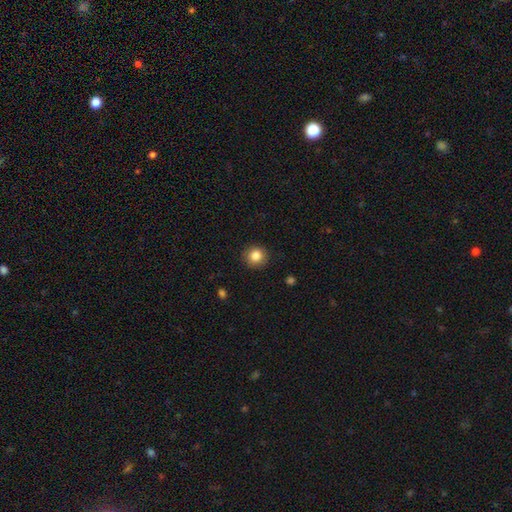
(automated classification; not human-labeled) The model was most divided on "smooth or featured": smooth: 85%, star or artifact: 10%, featured or disk: 5%. More confident: how rounded — round (91%); merging — none (90%).